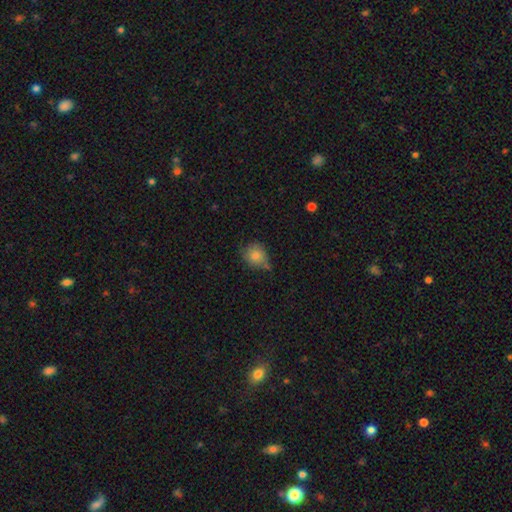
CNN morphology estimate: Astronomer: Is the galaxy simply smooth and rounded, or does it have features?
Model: smooth — 79%.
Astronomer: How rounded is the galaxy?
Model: round — 76%.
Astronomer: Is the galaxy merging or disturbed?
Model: none — 60%.